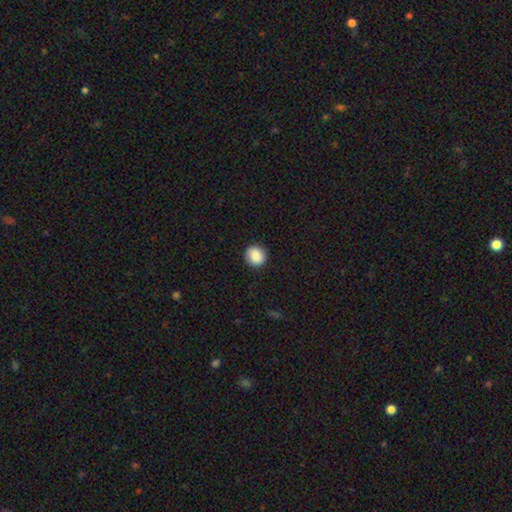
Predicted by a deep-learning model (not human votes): Smooth or featured?
  - smooth: 88% *
  - star or artifact: 8%
  - featured or disk: 4%
How rounded?
  - round: 87% *
  - in between: 12%
  - cigar-shaped: 1%
Merging?
  - none: 90% *
  - minor disturbance: 7%
  - major disturbance: 2%
  - merger: 1%